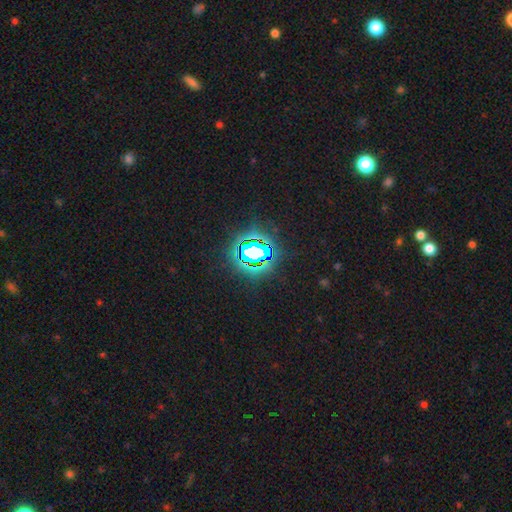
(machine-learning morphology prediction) Smooth or featured?
  - star or artifact: 77% *
  - smooth: 13%
  - featured or disk: 10%